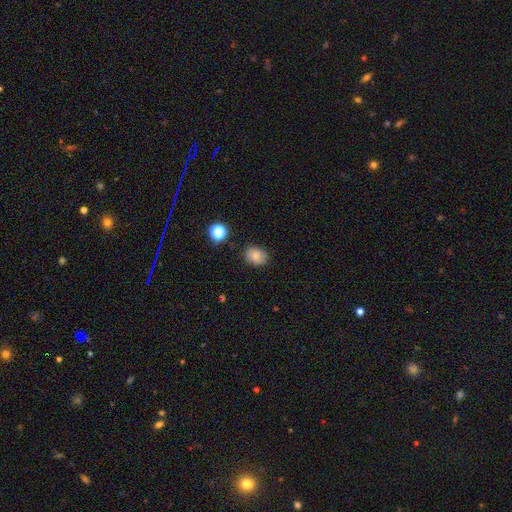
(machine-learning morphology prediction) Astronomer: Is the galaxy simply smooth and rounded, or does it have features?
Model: smooth — 81%.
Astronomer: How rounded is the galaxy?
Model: round — 51% (runner-up: in between, 48%).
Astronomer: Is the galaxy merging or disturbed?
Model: none — 83%.